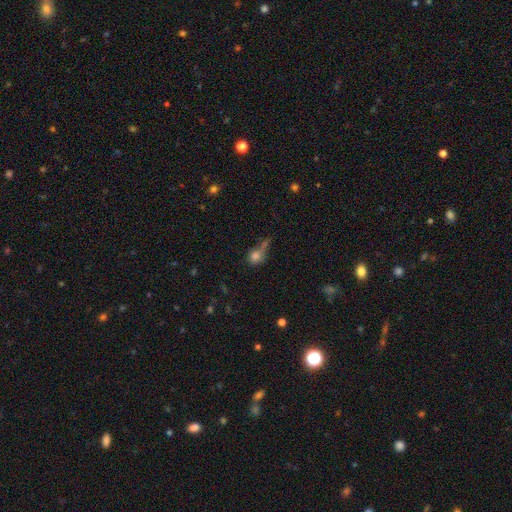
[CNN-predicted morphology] Smooth or featured?
  - smooth: 71% *
  - star or artifact: 16%
  - featured or disk: 13%
How rounded?
  - round: 67% *
  - in between: 29%
  - cigar-shaped: 4%
Merging?
  - none: 42% *
  - merger: 24%
  - minor disturbance: 18%
  - major disturbance: 16%